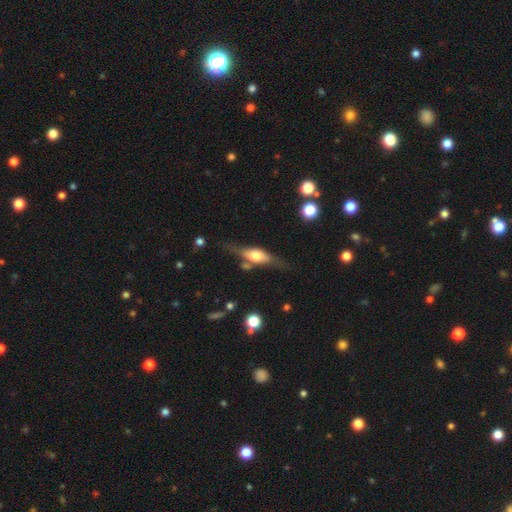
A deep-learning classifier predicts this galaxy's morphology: featured or disk 57%, smooth 36%, star or artifact 7%. Down the decision tree: edge-on disk — yes (86%); merging — none (65%).